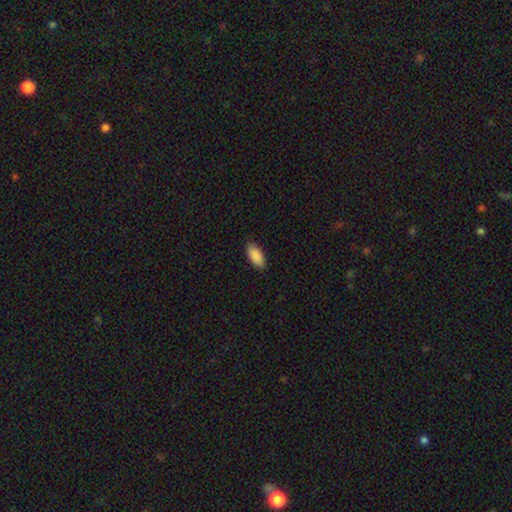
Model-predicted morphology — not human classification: smooth 90%, star or artifact 6%, featured or disk 4%. Down the decision tree: how rounded — in between (92%); merging — none (87%).